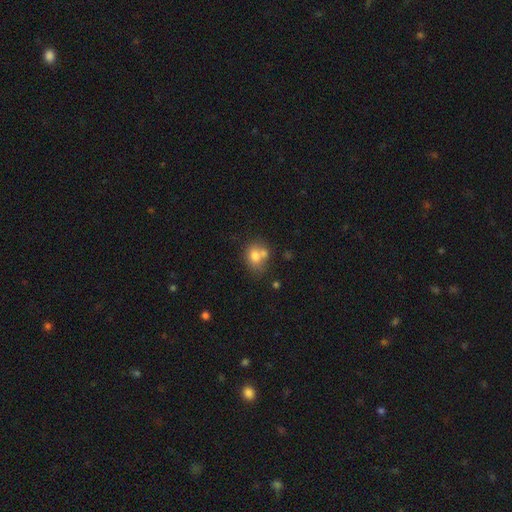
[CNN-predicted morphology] Smooth or featured: smooth — 73% (featured or disk — 17%)
How rounded: round — 53% (in between — 46%)
Merging: merger — 42% (none — 40%)